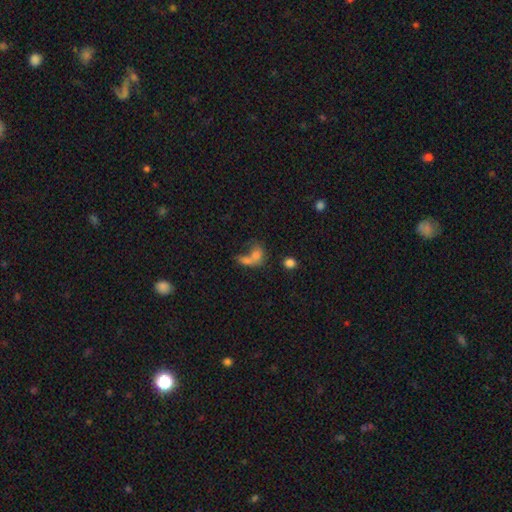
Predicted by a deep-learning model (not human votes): A smooth galaxy with no disk features (69%) that is in between round and cigar-shaped (68%). Merging: merger (60%).